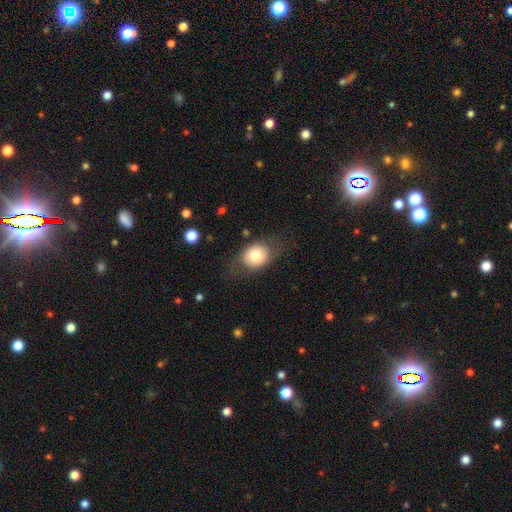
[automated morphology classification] Q: Smooth or featured?
A: smooth (72%); runner-up: featured or disk (20%)
Q: How rounded?
A: round (56%); runner-up: in between (43%)
Q: Merging?
A: none (68%); runner-up: minor disturbance (19%)